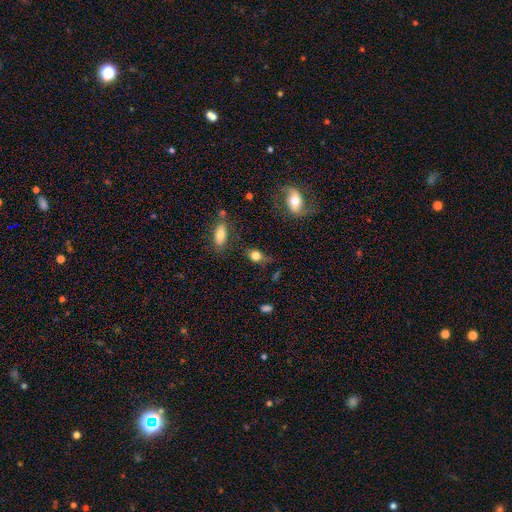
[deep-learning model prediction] smooth 74%, featured or disk 14%, star or artifact 12%. Down the decision tree: how rounded — in between (53%); merging — none (57%).